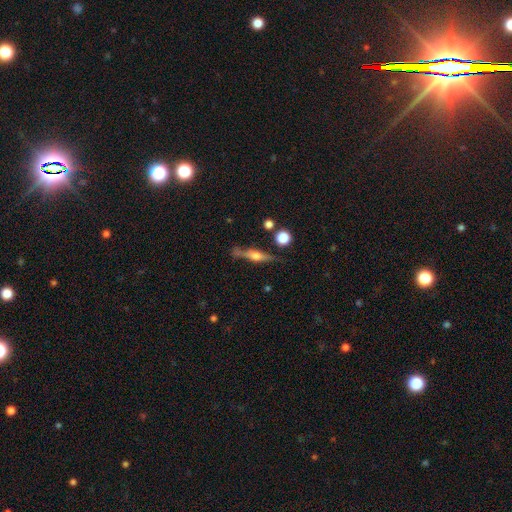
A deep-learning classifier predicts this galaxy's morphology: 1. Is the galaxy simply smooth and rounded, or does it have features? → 69% featured or disk, 23% smooth, 7% star or artifact.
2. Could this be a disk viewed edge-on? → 96% yes, 4% no.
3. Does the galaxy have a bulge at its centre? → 87% rounded, 9% boxy, 3% none.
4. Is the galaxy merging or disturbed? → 75% none, 15% minor disturbance, 6% merger, 4% major disturbance.